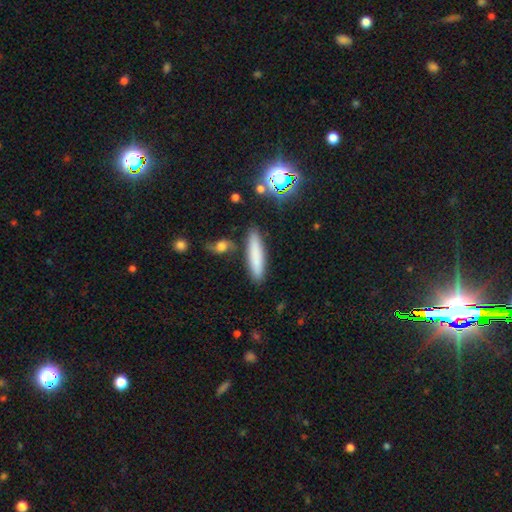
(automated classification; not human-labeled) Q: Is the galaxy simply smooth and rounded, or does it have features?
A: smooth — 77%.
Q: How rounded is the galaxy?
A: cigar-shaped — 83%.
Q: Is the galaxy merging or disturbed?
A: none — 84%.